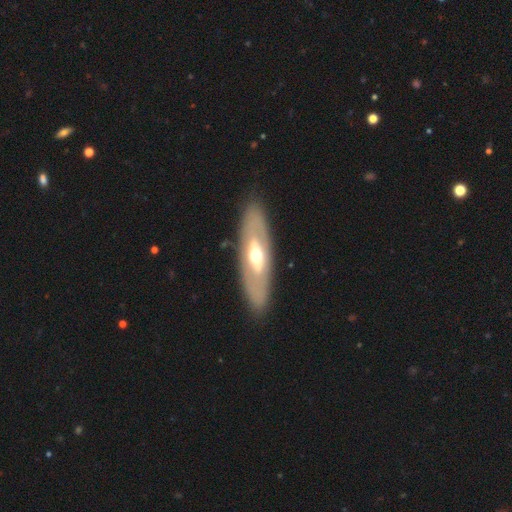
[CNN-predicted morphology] This is likely a featured or disk galaxy (61%). It is likely not viewed edge-on (72%). Merging: clearly none (86%).